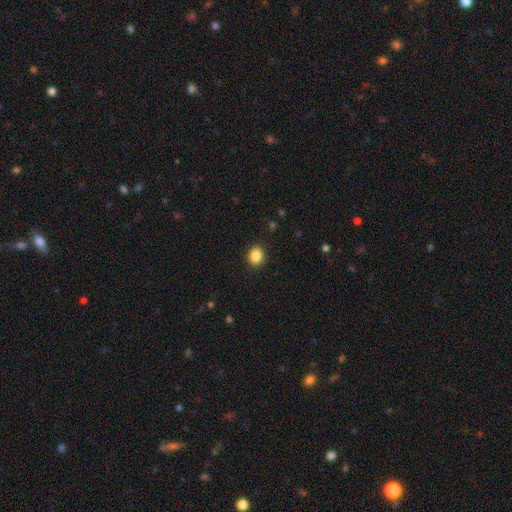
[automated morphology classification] The model was most divided on "how rounded": round: 75%, in between: 24%, cigar-shaped: 1%. More confident: merging — none (91%); smooth or featured — smooth (85%).